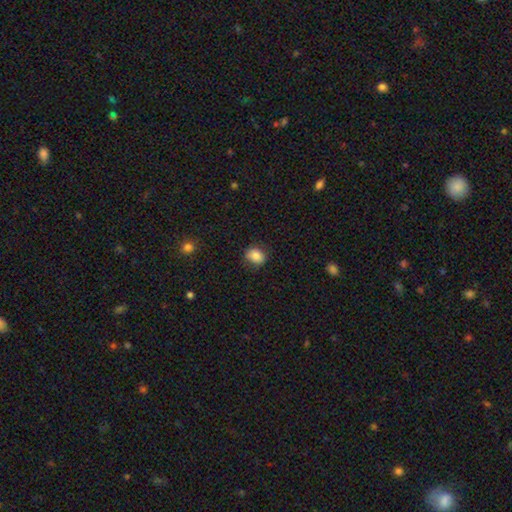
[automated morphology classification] Overall: smooth (84%). How rounded: in between (52%; round 47%). Merging: none (80%).